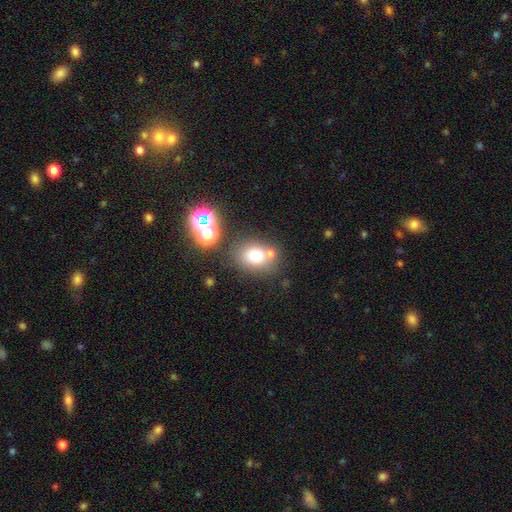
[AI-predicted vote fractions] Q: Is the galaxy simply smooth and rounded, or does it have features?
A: smooth — 71%.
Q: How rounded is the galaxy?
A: round — 55%.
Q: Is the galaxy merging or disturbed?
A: none — 64%.